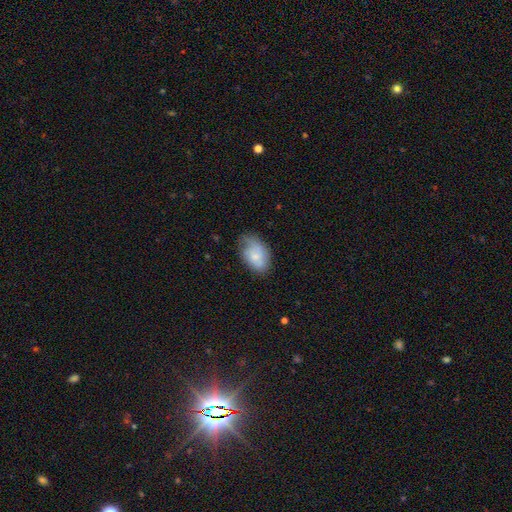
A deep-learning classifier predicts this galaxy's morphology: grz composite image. It shows a smooth galaxy with no disk features (68%) that is in between round and cigar-shaped (89%). Merging: none (53%).